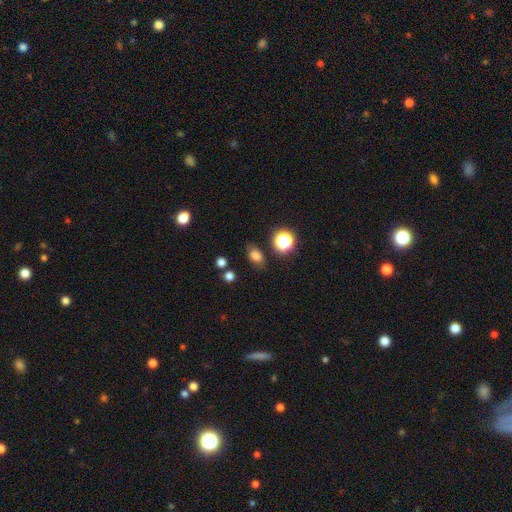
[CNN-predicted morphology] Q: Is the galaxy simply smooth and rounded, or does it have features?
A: smooth — 76%.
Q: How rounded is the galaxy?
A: in between — 71%.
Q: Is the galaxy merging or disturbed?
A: none — 77%.